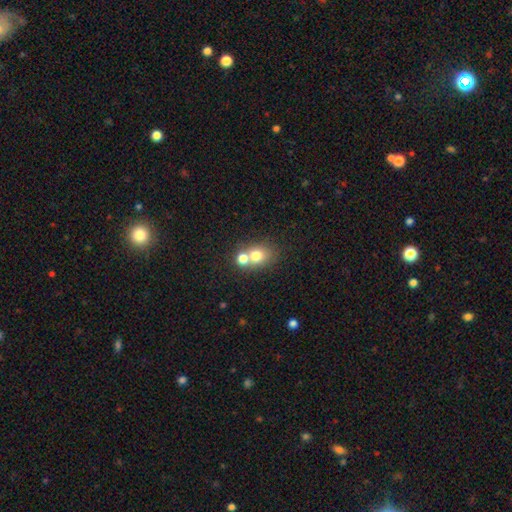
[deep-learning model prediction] Overall: smooth (74%). How rounded: round (65%; in between 33%). Merging: merger (53%; none 37%).